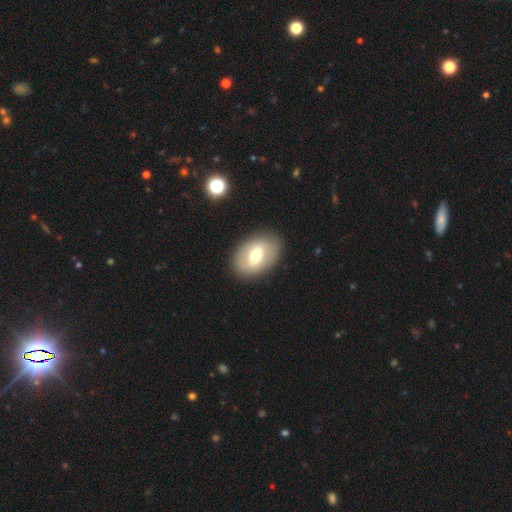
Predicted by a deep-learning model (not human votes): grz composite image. It shows a smooth galaxy with no disk features (54%) that is in between round and cigar-shaped (78%). Merging: none (87%).